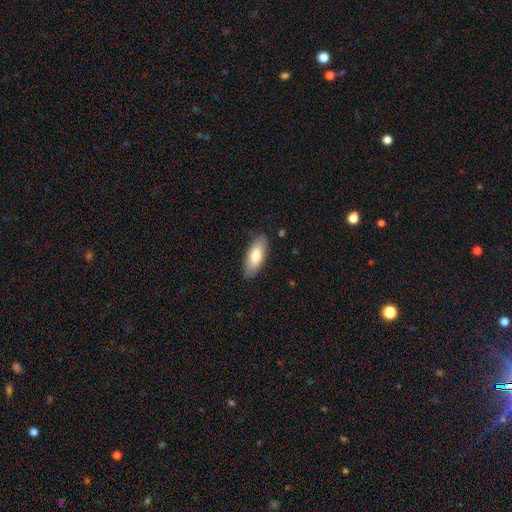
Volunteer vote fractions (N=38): Overall: smooth (79%). How rounded: in between (80%). Merging: none (95%).